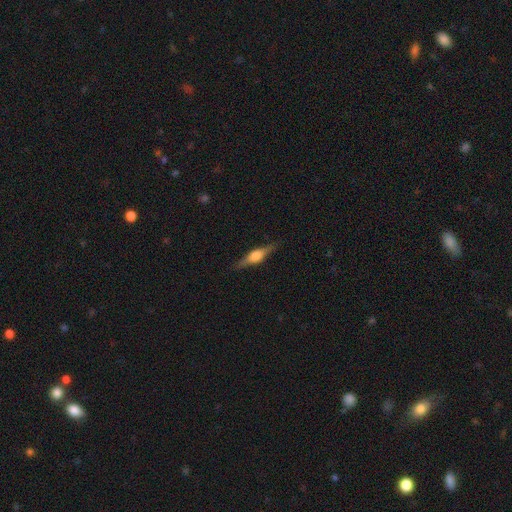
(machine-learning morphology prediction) A featured or disk galaxy (69%) viewed edge-on (97%) with a rounded central bulge (86%). Merging: none (87%).